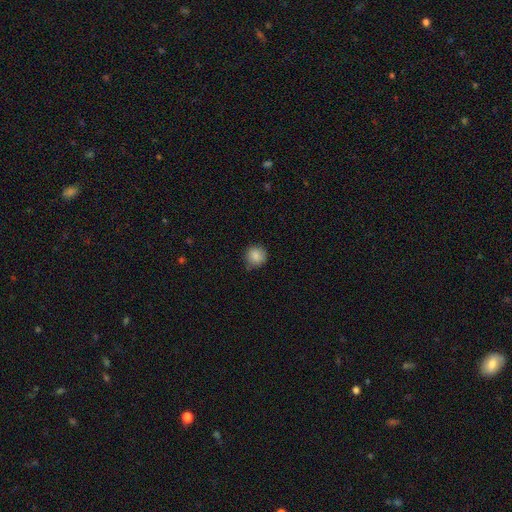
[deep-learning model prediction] Smooth or featured: smooth — 86% (star or artifact — 9%)
How rounded: round — 91% (in between — 8%)
Merging: none — 83% (minor disturbance — 13%)